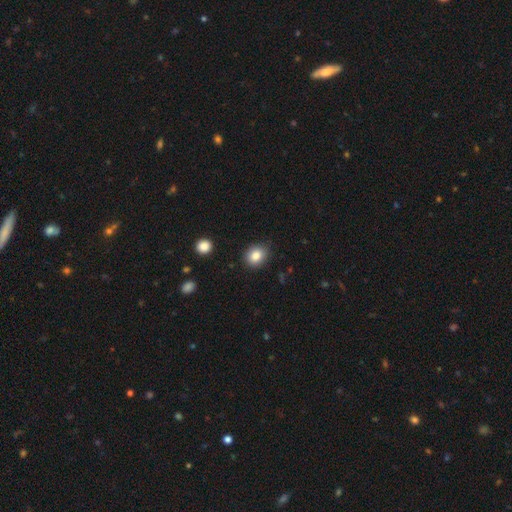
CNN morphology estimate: Smooth or featured: smooth — 84% (star or artifact — 10%)
How rounded: round — 59% (in between — 40%)
Merging: none — 86% (minor disturbance — 10%)